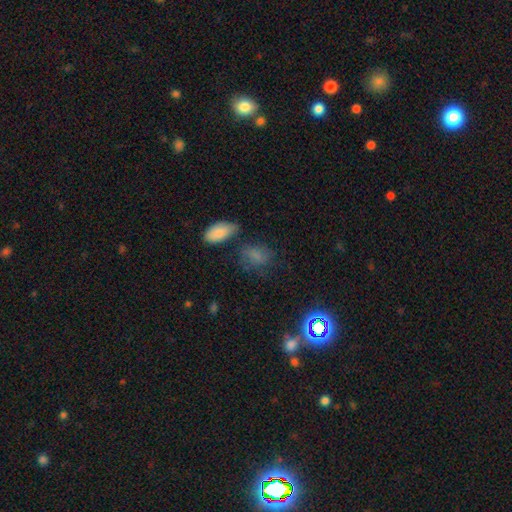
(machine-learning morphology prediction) A smooth galaxy with no disk features (68%) that is in between round and cigar-shaped (68%). Merging: none (56%).